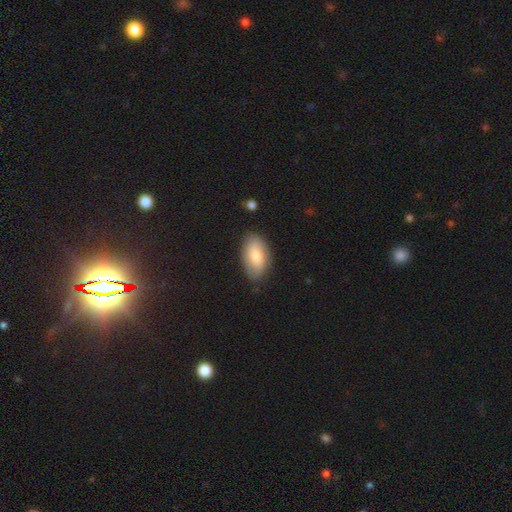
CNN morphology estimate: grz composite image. It shows a smooth galaxy with no disk features (71%) that is in between round and cigar-shaped (94%). Merging: none (81%).